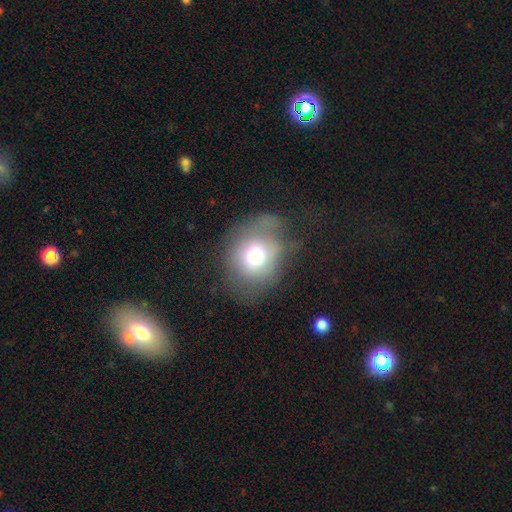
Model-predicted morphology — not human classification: Smooth or featured? smooth (67%)
How rounded? round (66%)
Merging? none (46%)